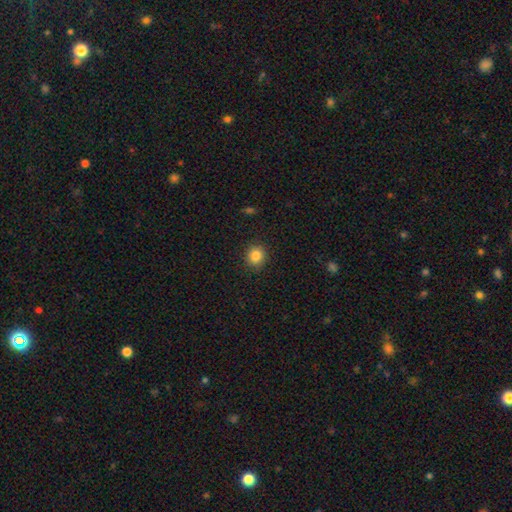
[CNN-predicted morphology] Smooth or featured? smooth (85%)
How rounded? round (81%)
Merging? none (90%)